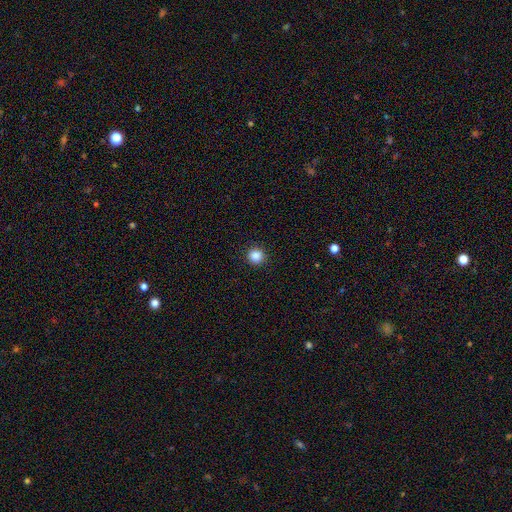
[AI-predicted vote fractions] Morphology: type=smooth (87%); roundness=round (95%); merging=none (92%).